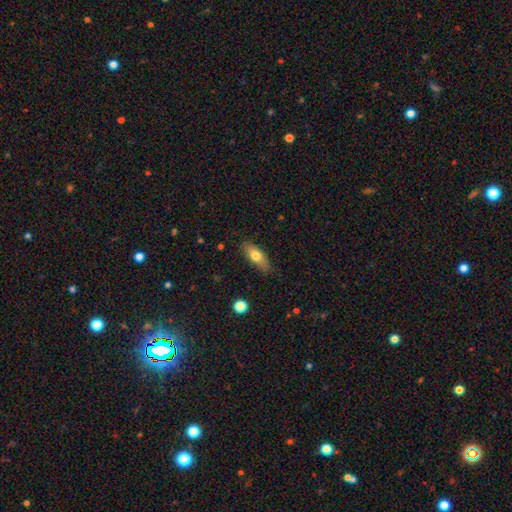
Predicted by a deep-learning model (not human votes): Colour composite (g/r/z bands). It shows a smooth galaxy with no disk features (70%) that is in between round and cigar-shaped (74%). Merging: none (83%).